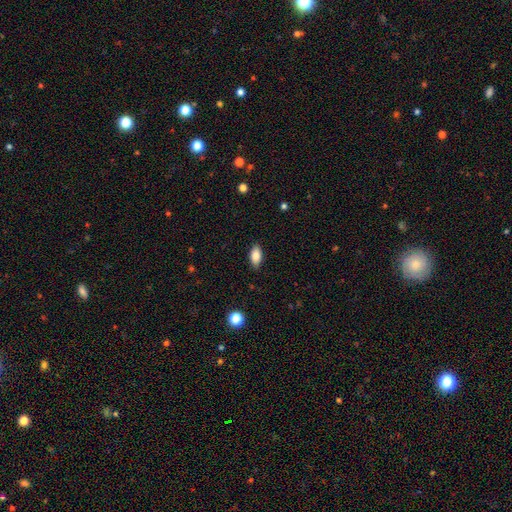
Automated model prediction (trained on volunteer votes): A smooth galaxy with no disk features (84%) that is in between round and cigar-shaped (90%). Merging: none (88%).